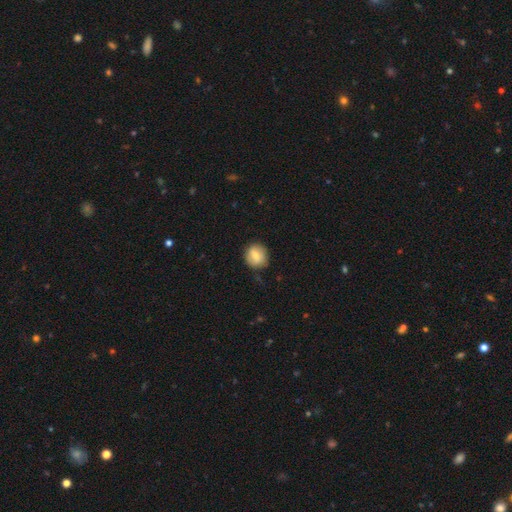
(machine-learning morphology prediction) smooth 74%, featured or disk 18%, star or artifact 8%. Down the decision tree: how rounded — round (80%); merging — none (81%).